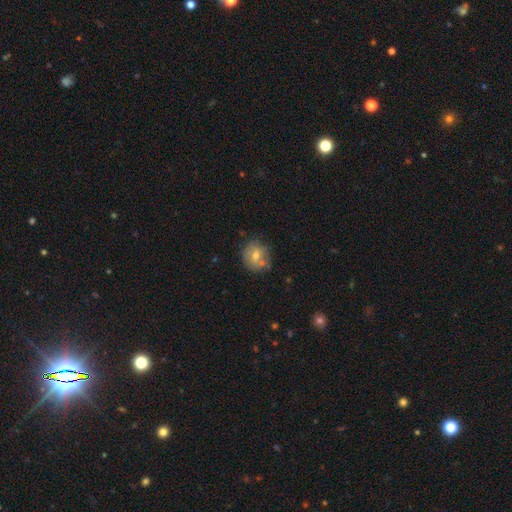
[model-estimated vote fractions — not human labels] Morphology: type=smooth (58%); roundness=round (81%); merging=none (67%).